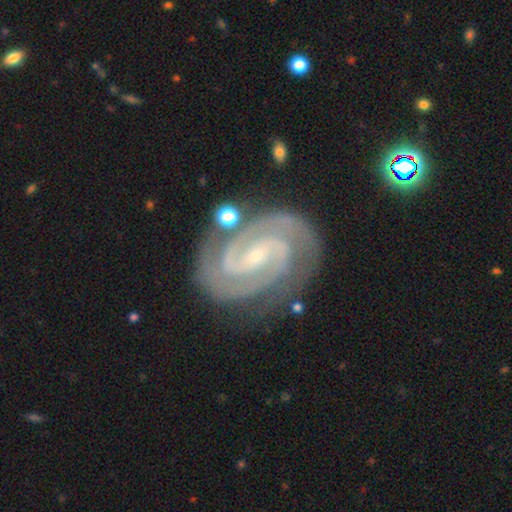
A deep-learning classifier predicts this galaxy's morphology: Overall: featured or disk (93%). Edge-on disk: no (97%). Bar: weak (39%; strong 36%). Spiral arms: yes (99%). Spiral arm count: 2 (86%). Spiral winding: tight (69%). Bulge size: small (80%). Merging: none (80%).